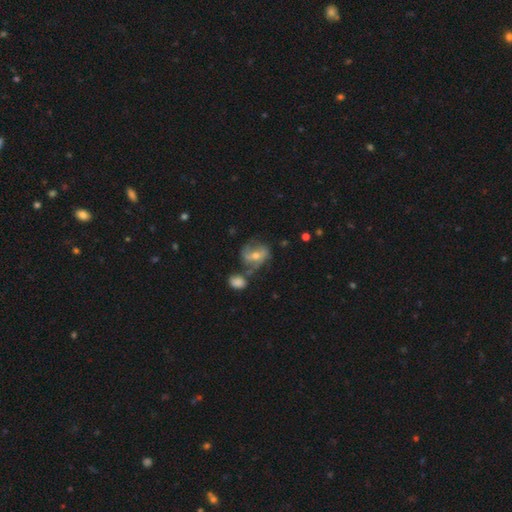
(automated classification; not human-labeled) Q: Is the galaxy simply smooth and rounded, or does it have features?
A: featured or disk — 56%.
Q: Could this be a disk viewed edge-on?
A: no — 95%.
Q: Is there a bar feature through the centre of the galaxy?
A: no — 40%.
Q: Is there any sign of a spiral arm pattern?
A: yes — 71%.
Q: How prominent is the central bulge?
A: moderate — 57%.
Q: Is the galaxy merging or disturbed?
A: none — 46%.